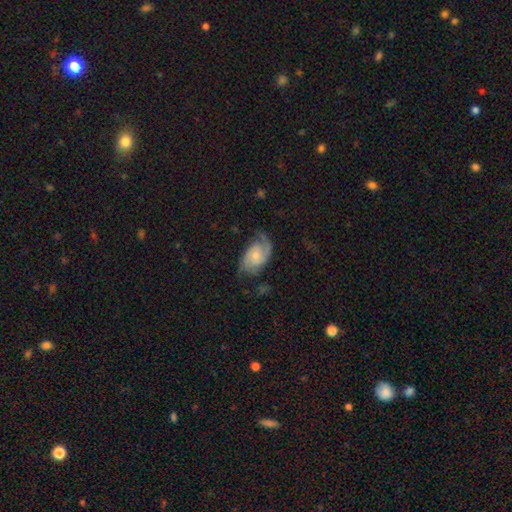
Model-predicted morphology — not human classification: smooth-or-featured: featured or disk: 74% | smooth: 20% | star or artifact: 6%
  disk-edge-on: no: 96% | yes: 4%
    bar: no: 67% | weak: 29% | strong: 5%
    has-spiral-arms: yes: 94% | no: 6%
      spiral-winding: medium: 42% | tight: 34% | loose: 24%
      spiral-arm-count: 2: 70% | 1: 13% | can't tell: 11% | 3: 4% | 4: 1% | more than 4: 1%
    bulge-size: small: 52% | moderate: 36% | none: 6% | large: 4% | dominant: 1%
  merging: none: 60% | minor disturbance: 24% | major disturbance: 14% | merger: 2%